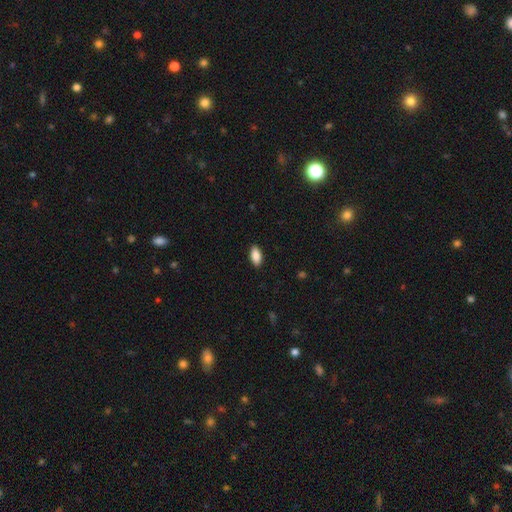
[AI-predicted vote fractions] Smooth or featured?
  - smooth: 89% *
  - star or artifact: 7%
  - featured or disk: 5%
How rounded?
  - in between: 90% *
  - cigar-shaped: 8%
  - round: 2%
Merging?
  - none: 89% *
  - minor disturbance: 8%
  - major disturbance: 2%
  - merger: 1%